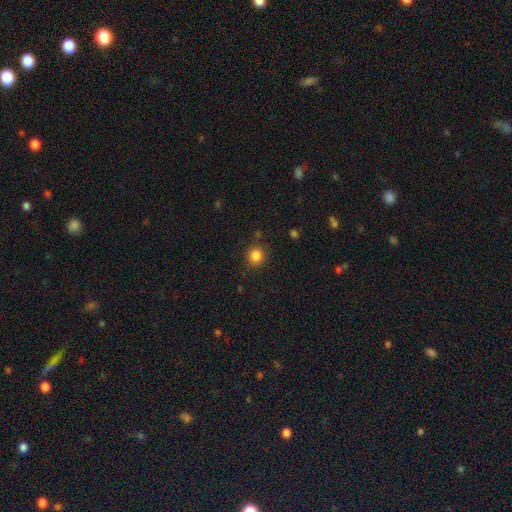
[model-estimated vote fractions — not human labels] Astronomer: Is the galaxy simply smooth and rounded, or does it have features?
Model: smooth — 85%.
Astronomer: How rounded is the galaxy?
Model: round — 86%.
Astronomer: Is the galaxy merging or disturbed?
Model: none — 86%.